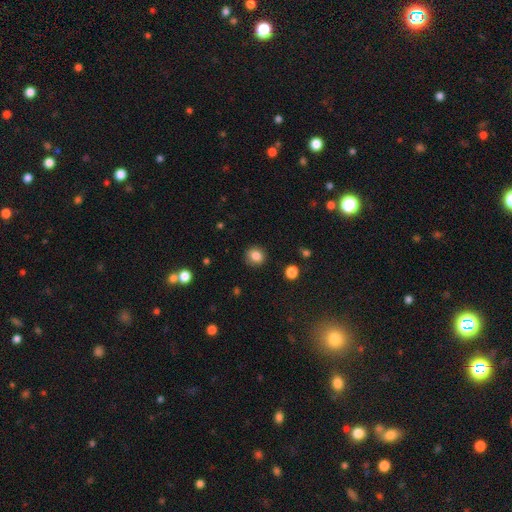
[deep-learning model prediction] Q: Smooth or featured?
A: smooth (84%); runner-up: star or artifact (10%)
Q: How rounded?
A: round (83%); runner-up: in between (16%)
Q: Merging?
A: none (89%); runner-up: minor disturbance (8%)